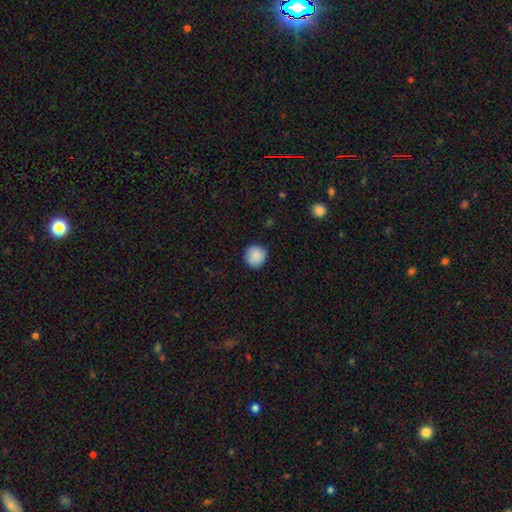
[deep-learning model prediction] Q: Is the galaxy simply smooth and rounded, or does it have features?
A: smooth — 88%.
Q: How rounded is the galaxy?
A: round — 94%.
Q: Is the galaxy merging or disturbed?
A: none — 90%.